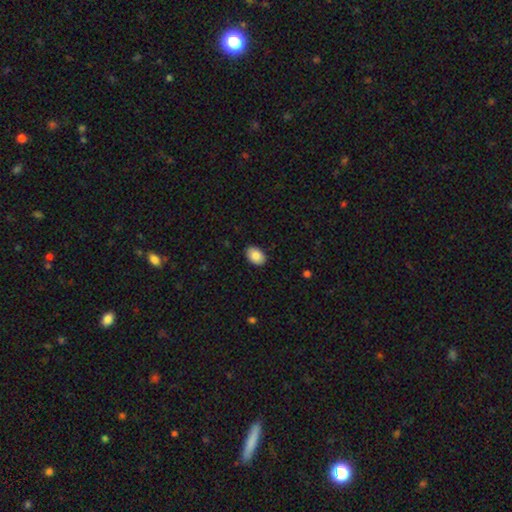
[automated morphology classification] A smooth galaxy with no disk features (84%) that is in between round and cigar-shaped (83%). Merging: none (89%).